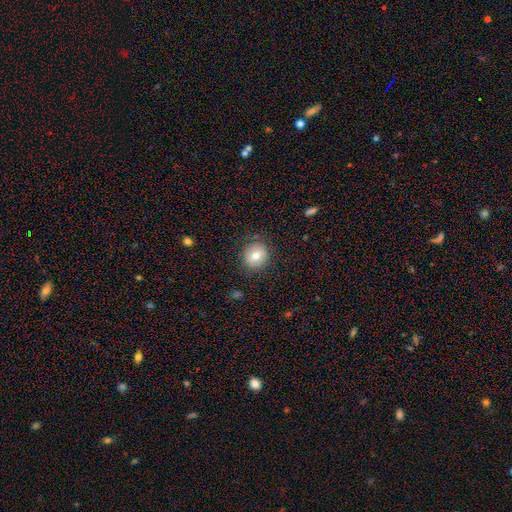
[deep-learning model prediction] smooth_or_featured: smooth (p=0.73) [alt: featured or disk p=0.17]
how_rounded: round (p=0.86) [alt: in between p=0.13]
merging: none (p=0.84) [alt: minor disturbance p=0.11]